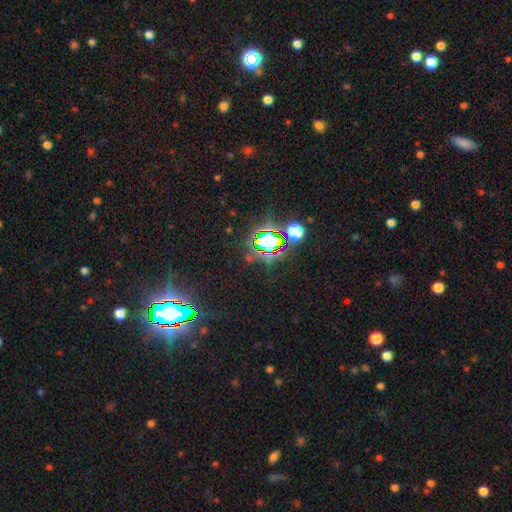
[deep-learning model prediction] Smooth or featured: star or artifact — 84% (smooth — 10%)